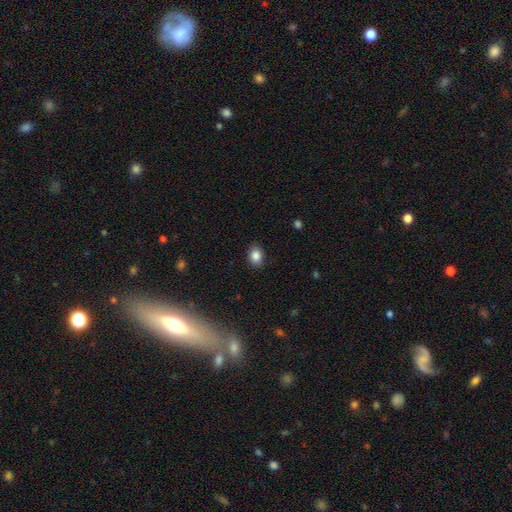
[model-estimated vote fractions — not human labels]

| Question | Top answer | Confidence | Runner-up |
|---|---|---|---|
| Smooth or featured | smooth | 85% | star or artifact (10%) |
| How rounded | in between | 63% | round (36%) |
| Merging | none | 85% | minor disturbance (11%) |